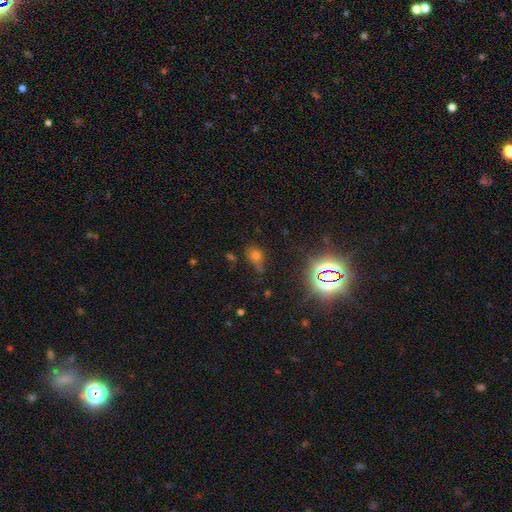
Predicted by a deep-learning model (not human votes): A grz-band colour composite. It shows a smooth galaxy with no disk features (57%) that is round (51%). Merging: none (52%).